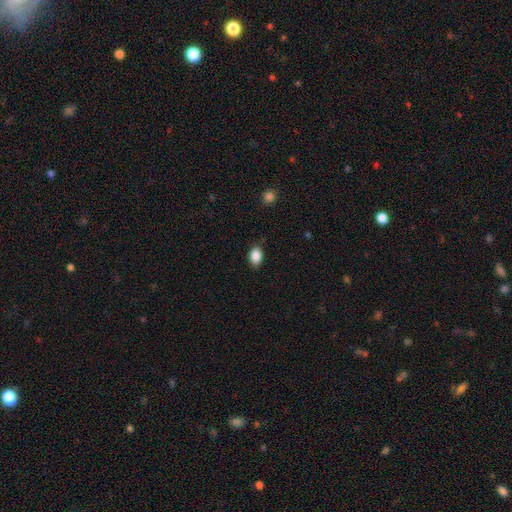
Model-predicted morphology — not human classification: Q: Smooth or featured?
A: smooth (88%); runner-up: star or artifact (8%)
Q: How rounded?
A: in between (84%); runner-up: round (15%)
Q: Merging?
A: none (83%); runner-up: minor disturbance (13%)